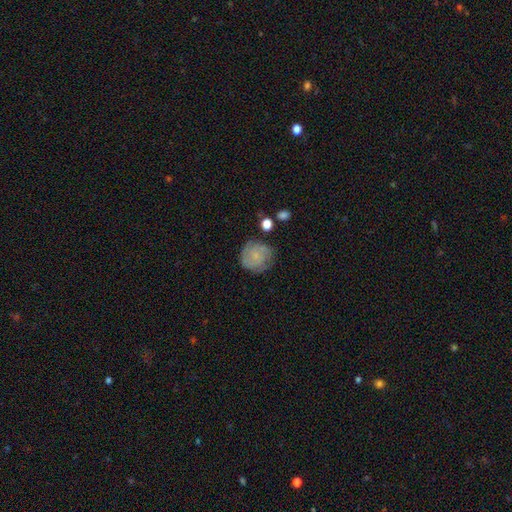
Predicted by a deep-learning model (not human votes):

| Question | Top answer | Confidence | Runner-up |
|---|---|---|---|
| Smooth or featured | smooth | 46% | featured or disk (45%) |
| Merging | none | 73% | minor disturbance (19%) |